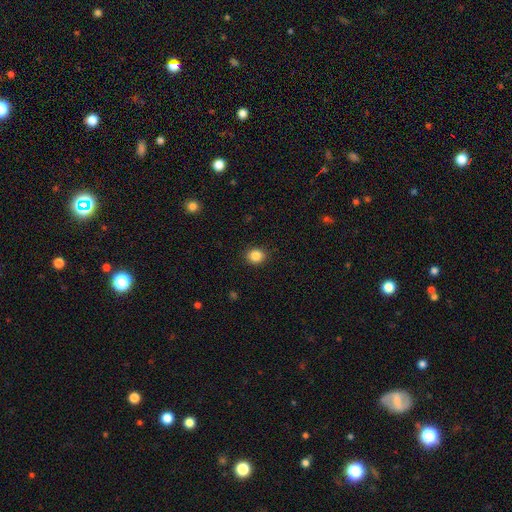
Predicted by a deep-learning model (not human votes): Morphology: type=smooth (86%); roundness=round (76%); merging=none (90%).